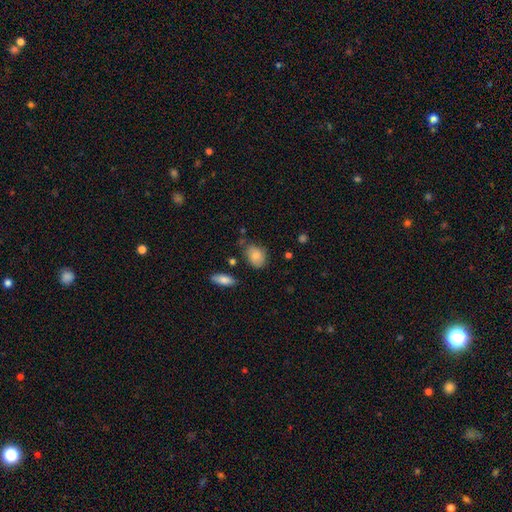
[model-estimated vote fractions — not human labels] smooth-or-featured: smooth: 79% | featured or disk: 13% | star or artifact: 7%
  how-rounded: in between: 77% | round: 21% | cigar-shaped: 2%
  merging: none: 63% | minor disturbance: 26% | major disturbance: 7% | merger: 5%